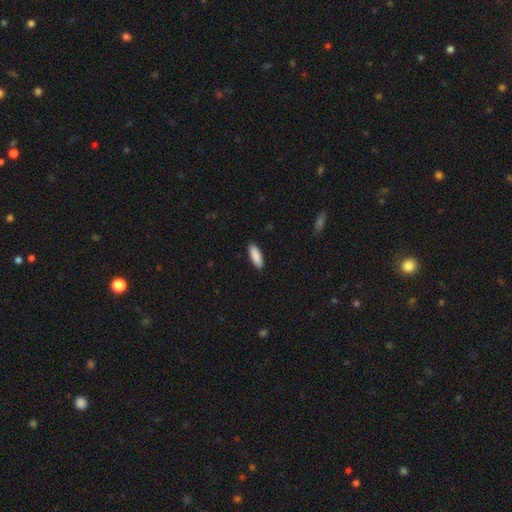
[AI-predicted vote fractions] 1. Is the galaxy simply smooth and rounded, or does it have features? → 90% smooth, 5% star or artifact, 5% featured or disk.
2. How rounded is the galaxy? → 60% in between, 39% cigar-shaped, 2% round.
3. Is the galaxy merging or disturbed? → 90% none, 7% minor disturbance, 2% major disturbance, 1% merger.